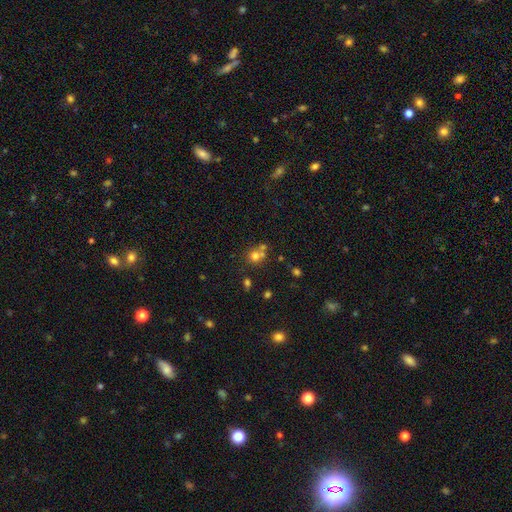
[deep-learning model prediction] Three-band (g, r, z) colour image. It shows a smooth galaxy with no disk features (69%) that is round (83%). Merging: none (48%).